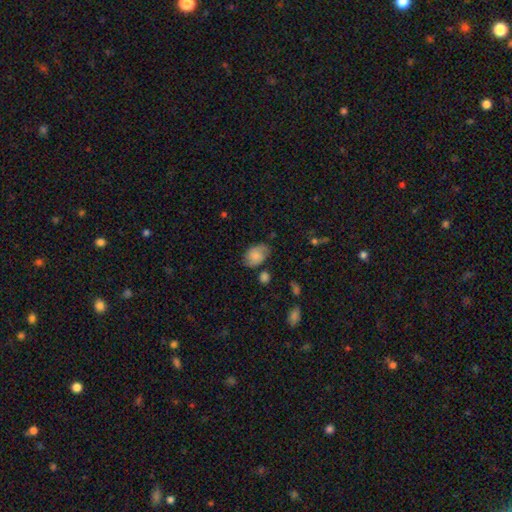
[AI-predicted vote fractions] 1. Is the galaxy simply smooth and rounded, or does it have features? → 72% smooth, 20% featured or disk, 9% star or artifact.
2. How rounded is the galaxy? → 83% in between, 15% round, 1% cigar-shaped.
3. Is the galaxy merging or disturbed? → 65% none, 24% minor disturbance, 7% major disturbance, 4% merger.